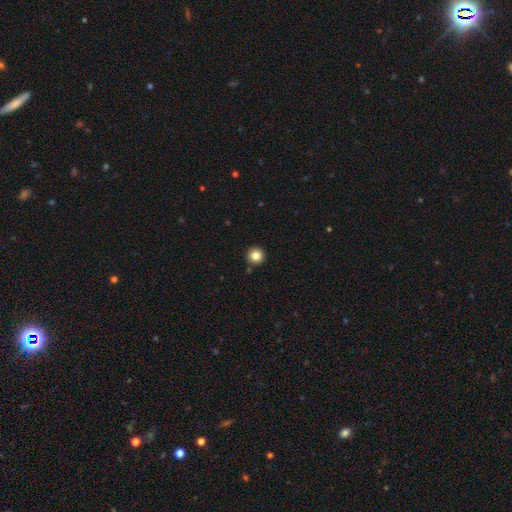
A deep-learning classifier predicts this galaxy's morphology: A smooth galaxy with no disk features (83%) that is round (96%). Merging: none (92%).